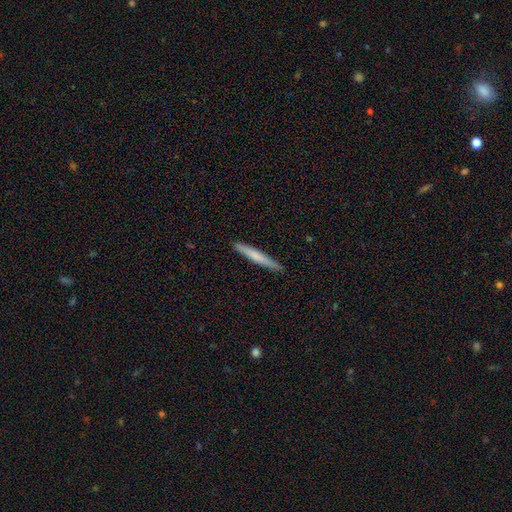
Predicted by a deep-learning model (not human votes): A smooth galaxy with no disk features (65%) that is cigar-shaped (97%). Merging: none (91%).